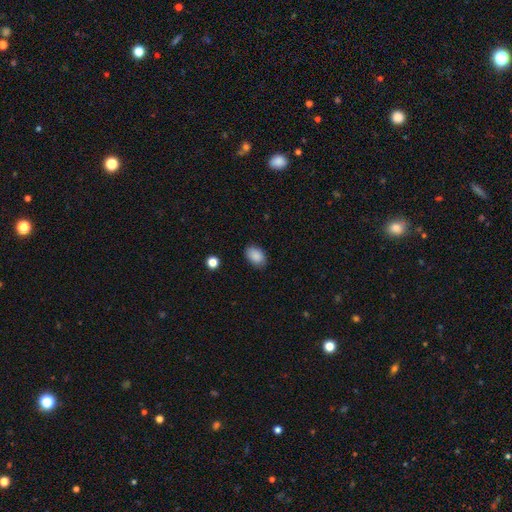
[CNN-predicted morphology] The model was most divided on "merging": none: 85%, minor disturbance: 12%, major disturbance: 3%, merger: 1%. More confident: smooth or featured — smooth (89%); how rounded — in between (86%).